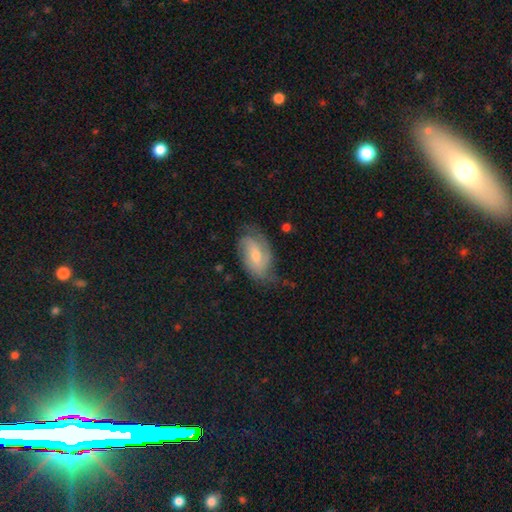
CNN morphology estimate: Smooth or featured? Predicted: featured or disk (p=0.74). Edge-on disk? Predicted: no (p=0.96). Bar? Predicted: no (p=0.49). Spiral arms? Predicted: yes (p=0.94). Spiral winding? Predicted: medium (p=0.42). Spiral arm count? Predicted: 2 (p=0.48). Bulge size? Predicted: small (p=0.49). Merging? Predicted: none (p=0.63).